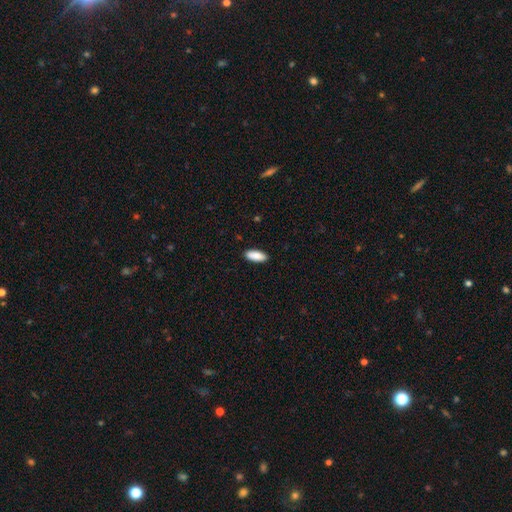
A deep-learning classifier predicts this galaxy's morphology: smooth_or_featured: smooth (p=0.88) [alt: star or artifact p=0.06]
how_rounded: in between (p=0.79) [alt: cigar-shaped p=0.20]
merging: none (p=0.89) [alt: minor disturbance p=0.08]